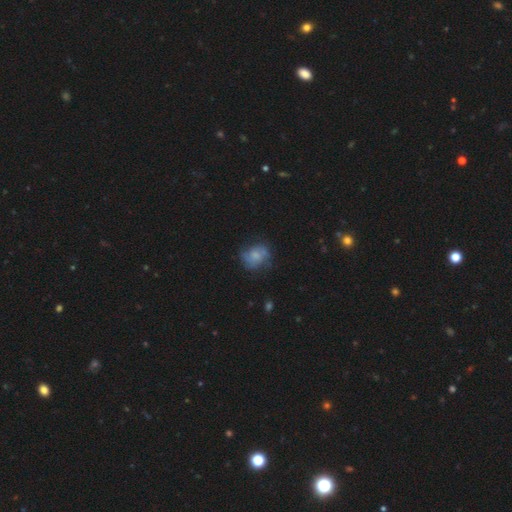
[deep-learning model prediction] smooth_or_featured: smooth (p=0.53) [alt: featured or disk p=0.37]
how_rounded: round (p=0.55) [alt: in between p=0.44]
merging: none (p=0.59) [alt: minor disturbance p=0.26]